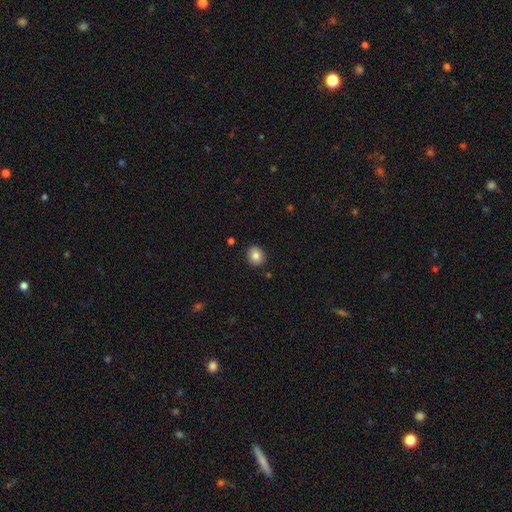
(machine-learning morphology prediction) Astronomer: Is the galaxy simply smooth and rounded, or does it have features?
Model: smooth — 83%.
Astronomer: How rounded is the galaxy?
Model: round — 71%.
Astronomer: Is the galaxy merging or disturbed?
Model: none — 89%.